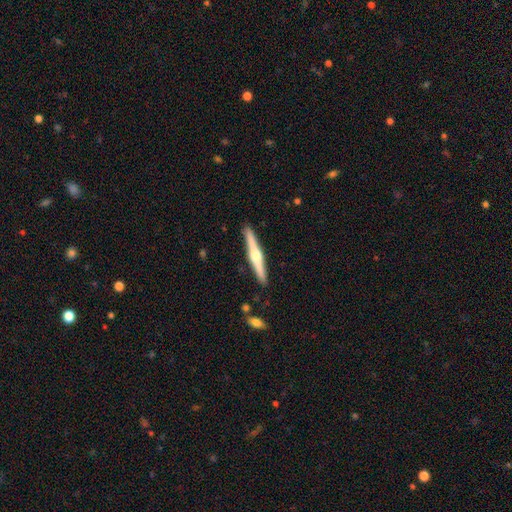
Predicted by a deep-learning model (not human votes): A featured or disk galaxy (69%) viewed edge-on (98%) with a rounded central bulge (89%). Merging: none (91%).